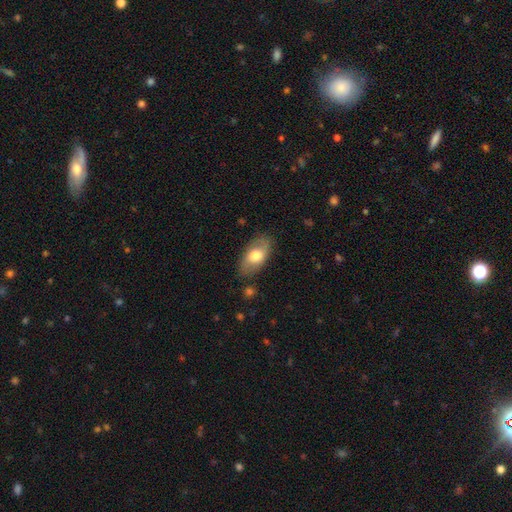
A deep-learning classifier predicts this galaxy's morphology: Smooth or featured? smooth (65%)
How rounded? in between (92%)
Merging? none (80%)